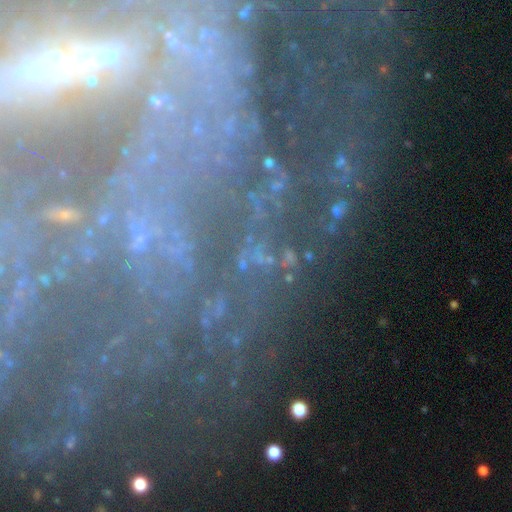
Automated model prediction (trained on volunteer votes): Morphology: type=star or artifact (45%).